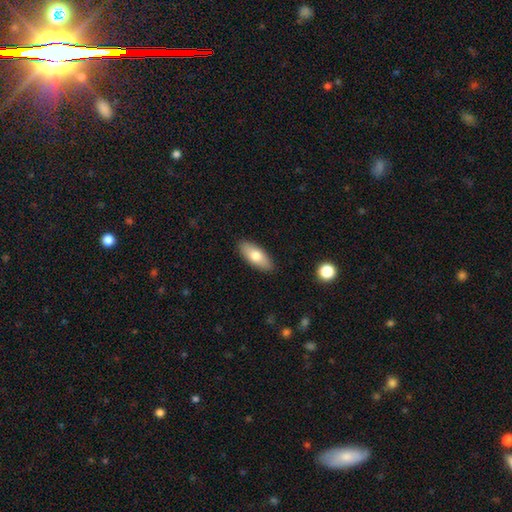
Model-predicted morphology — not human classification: Overall: smooth (75%). How rounded: in between (83%). Merging: none (89%).